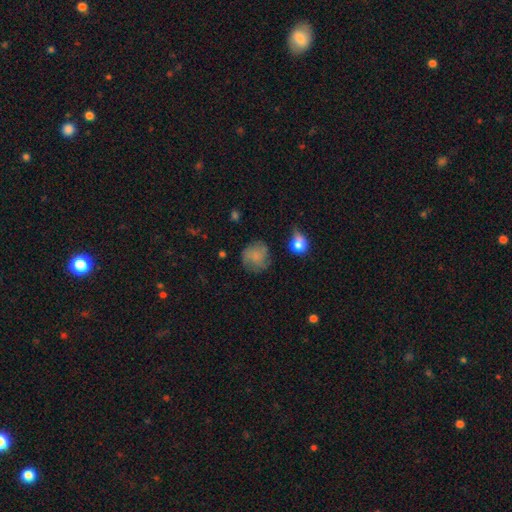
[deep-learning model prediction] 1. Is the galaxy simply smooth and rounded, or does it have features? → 64% smooth, 25% featured or disk, 11% star or artifact.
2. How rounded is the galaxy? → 81% round, 17% in between, 1% cigar-shaped.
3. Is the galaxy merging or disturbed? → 62% none, 23% minor disturbance, 12% major disturbance, 3% merger.